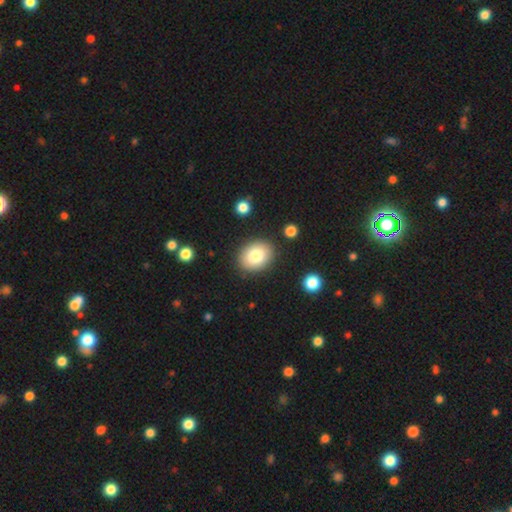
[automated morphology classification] Smooth or featured?
  - smooth: 80% *
  - featured or disk: 11%
  - star or artifact: 9%
How rounded?
  - in between: 56% *
  - round: 44%
  - cigar-shaped: 1%
Merging?
  - none: 87% *
  - minor disturbance: 9%
  - major disturbance: 3%
  - merger: 2%